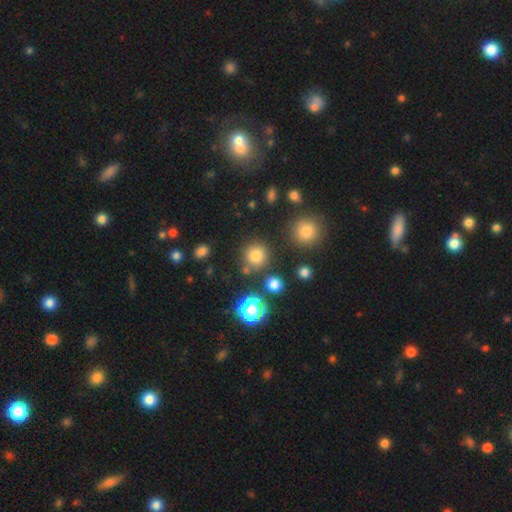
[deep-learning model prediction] Smooth or featured?
  - smooth: 75% *
  - star or artifact: 19%
  - featured or disk: 6%
How rounded?
  - round: 92% *
  - in between: 7%
  - cigar-shaped: 1%
Merging?
  - none: 80% *
  - minor disturbance: 9%
  - merger: 8%
  - major disturbance: 4%